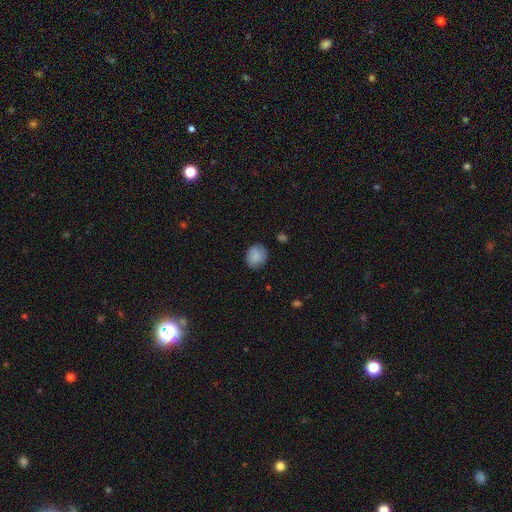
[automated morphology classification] Overall: smooth (83%). How rounded: round (65%; in between 34%). Merging: none (77%).